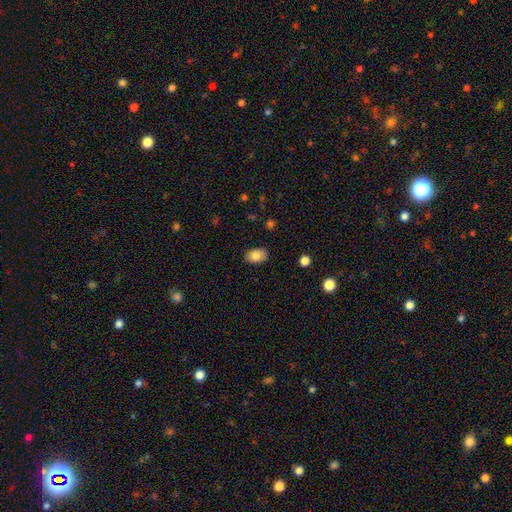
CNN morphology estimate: Q: Smooth or featured?
A: smooth (80%); runner-up: featured or disk (12%)
Q: How rounded?
A: in between (86%); runner-up: round (13%)
Q: Merging?
A: none (83%); runner-up: minor disturbance (14%)